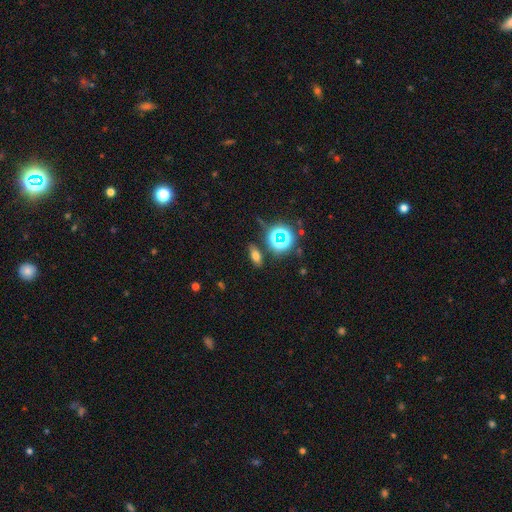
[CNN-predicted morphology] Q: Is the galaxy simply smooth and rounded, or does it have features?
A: smooth — 62%.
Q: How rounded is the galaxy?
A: in between — 72%.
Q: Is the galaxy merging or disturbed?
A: none — 83%.